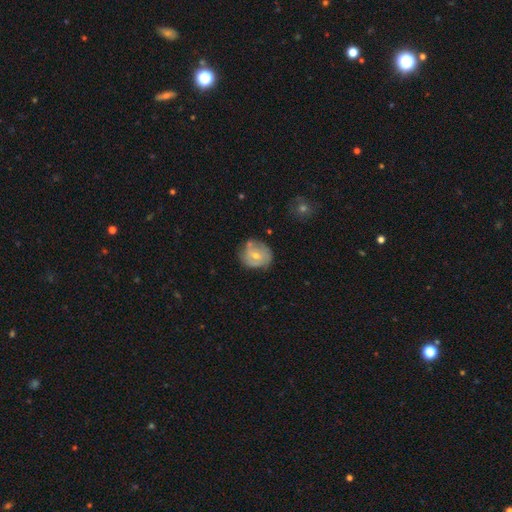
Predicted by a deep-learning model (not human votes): Smooth or featured? featured or disk (48%)
Merging? none (55%)